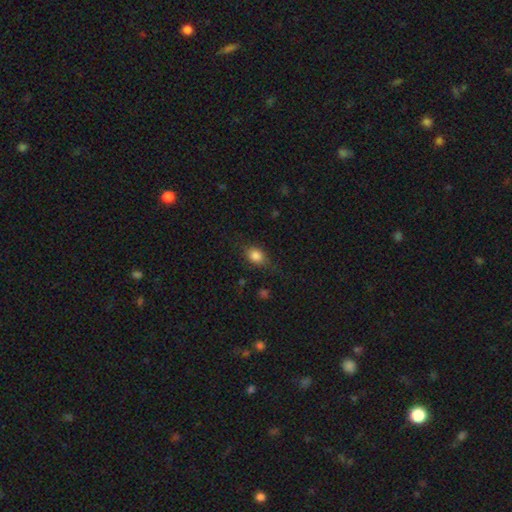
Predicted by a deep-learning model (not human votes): Smooth or featured? smooth (83%)
How rounded? in between (63%)
Merging? none (65%)